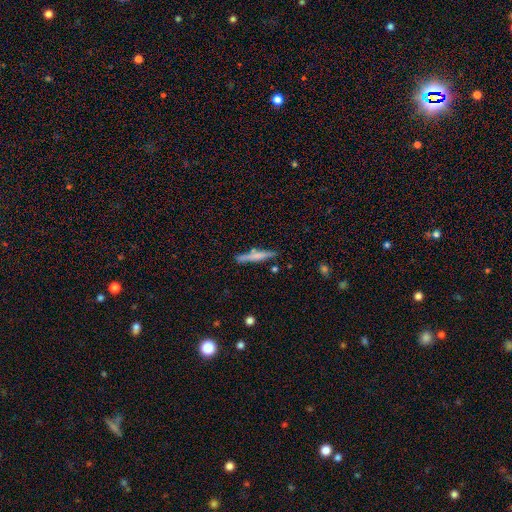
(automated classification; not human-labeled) smooth_or_featured: smooth (p=0.60) [alt: featured or disk p=0.34]
how_rounded: cigar-shaped (p=0.93) [alt: in between p=0.05]
merging: none (p=0.80) [alt: minor disturbance p=0.12]